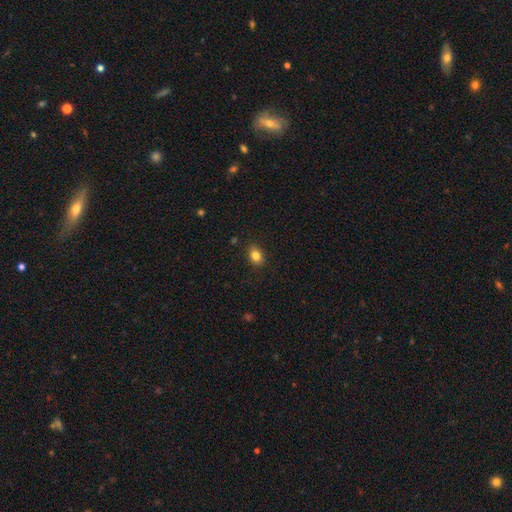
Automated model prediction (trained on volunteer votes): The model was most divided on "how rounded": in between: 61%, round: 38%, cigar-shaped: 1%. More confident: merging — none (87%); smooth or featured — smooth (83%).